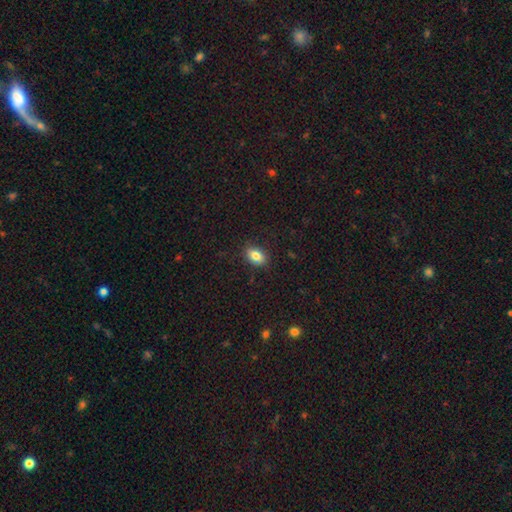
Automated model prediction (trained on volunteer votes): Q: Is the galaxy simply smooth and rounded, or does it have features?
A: smooth — 83%.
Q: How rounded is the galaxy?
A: in between — 83%.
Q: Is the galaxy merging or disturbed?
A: none — 87%.